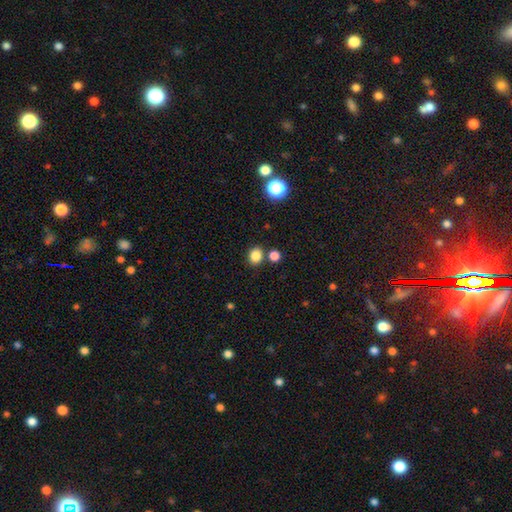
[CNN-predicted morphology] This is clearly a smooth galaxy (84%). How rounded: likely round (62%). Merging: likely none (76%).